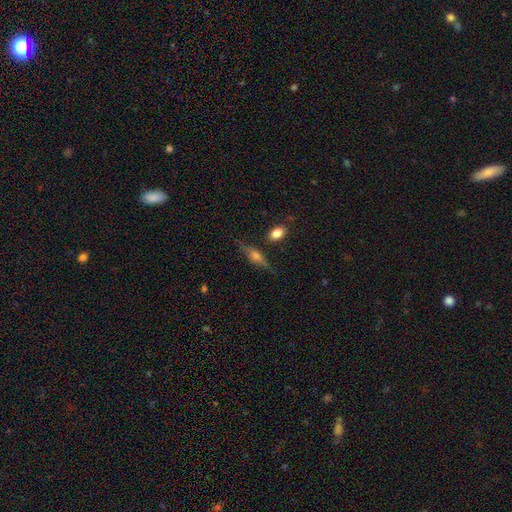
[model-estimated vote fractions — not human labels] smooth_or_featured: featured or disk (p=0.67) [alt: smooth p=0.22]
disk_edge_on: yes (p=0.93) [alt: no p=0.07]
edge_on_bulge: rounded (p=0.85) [alt: boxy p=0.12]
merging: none (p=0.76) [alt: minor disturbance p=0.15]